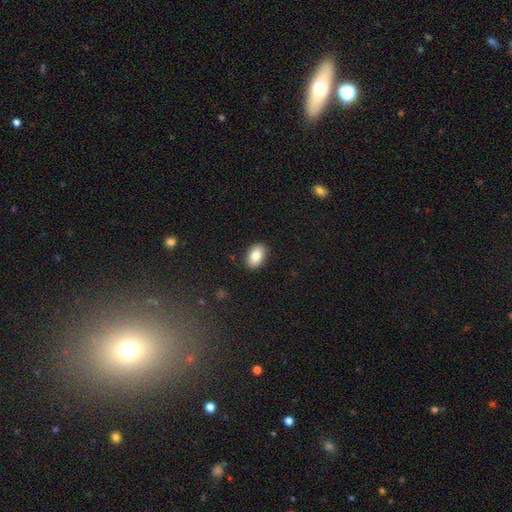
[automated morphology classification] Smooth or featured? smooth (84%)
How rounded? in between (86%)
Merging? none (89%)